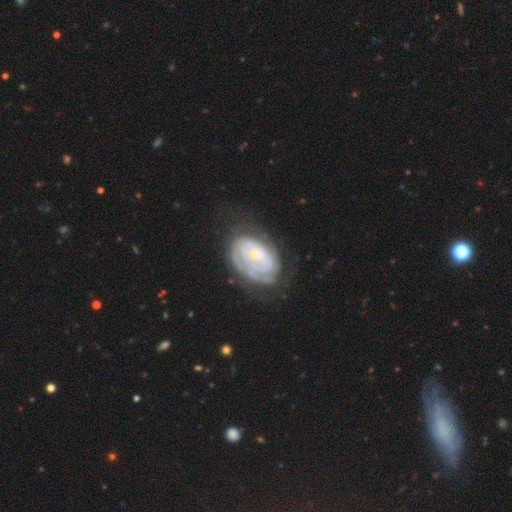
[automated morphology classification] The model was most divided on "merging": none: 53%, minor disturbance: 26%, major disturbance: 20%, merger: 2%. More confident: edge-on disk — no (96%); spiral arms — yes (79%); smooth or featured — featured or disk (74%); bulge size — small (72%); spiral winding — tight (70%); bar — no (68%); spiral arm count — can't tell (57%).